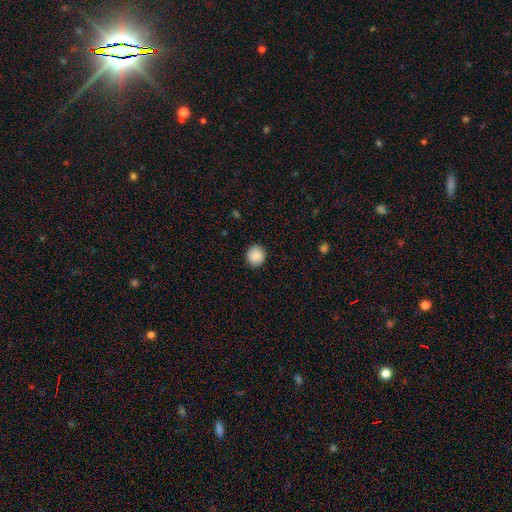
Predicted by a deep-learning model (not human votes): The model was most divided on "smooth or featured": smooth: 88%, star or artifact: 8%, featured or disk: 4%. More confident: how rounded — round (91%); merging — none (90%).